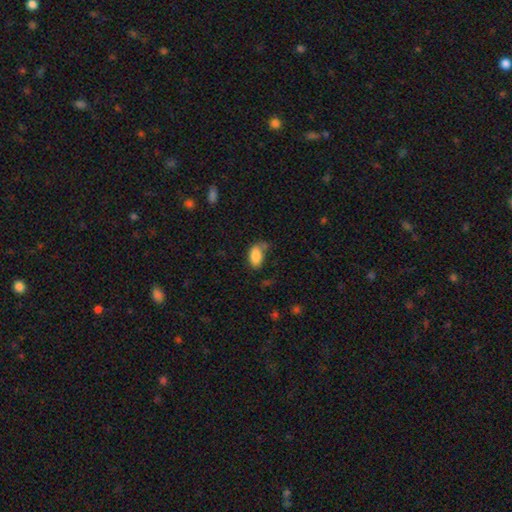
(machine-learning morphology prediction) A smooth galaxy with no disk features (85%) that is in between round and cigar-shaped (93%).

Vote fractions:
- Smooth or featured? smooth: 85% / star or artifact: 8% / featured or disk: 7%
- How rounded? in between: 93% / round: 5% / cigar-shaped: 2%
- Merging? none: 50% / minor disturbance: 28% / major disturbance: 13% / merger: 9%